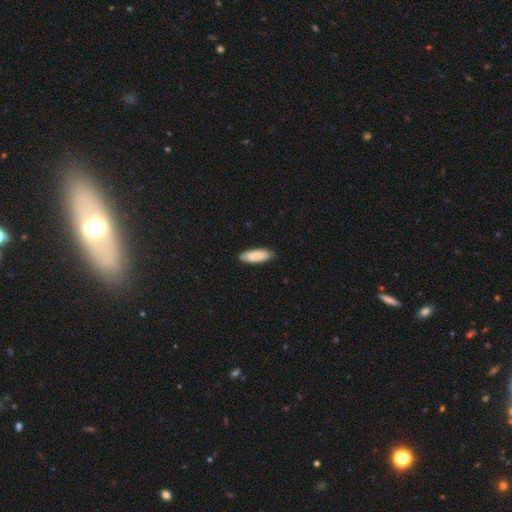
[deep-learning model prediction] smooth 87%, featured or disk 8%, star or artifact 5%. Down the decision tree: how rounded — in between (60%); merging — none (85%).